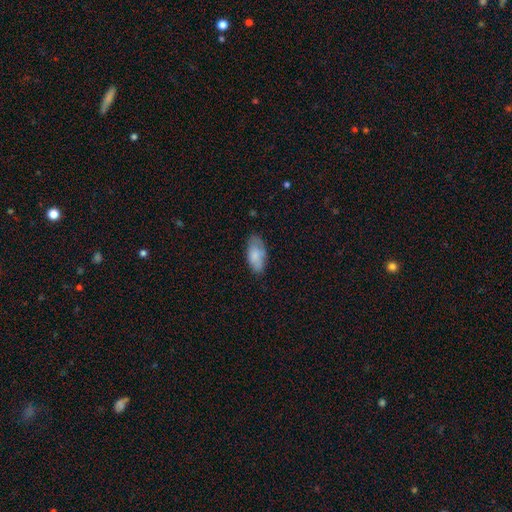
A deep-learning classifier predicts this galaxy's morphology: Smooth or featured: smooth — 80% (featured or disk — 13%)
How rounded: in between — 93% (cigar-shaped — 5%)
Merging: none — 64% (minor disturbance — 27%)